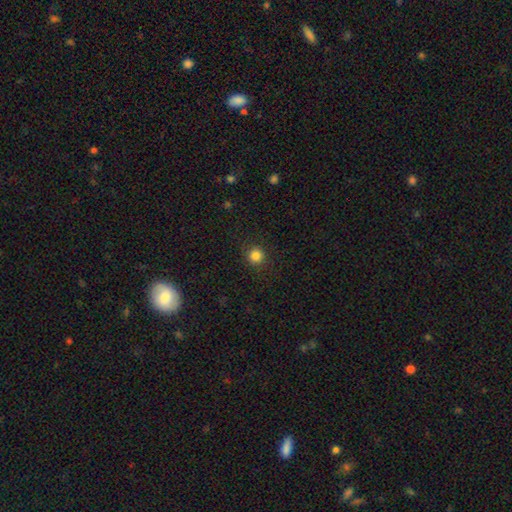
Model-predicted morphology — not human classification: type=smooth (84%); roundness=round (94%); merging=none (90%).